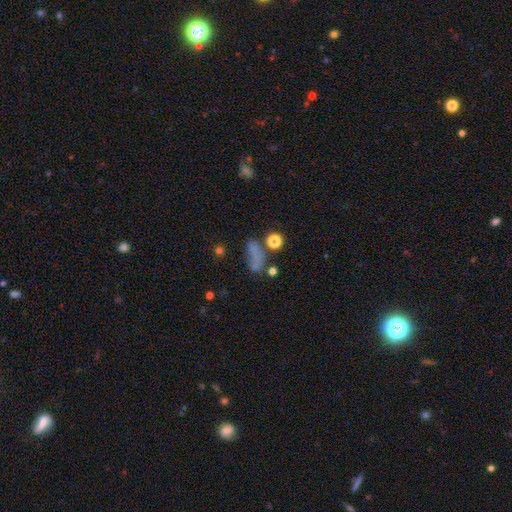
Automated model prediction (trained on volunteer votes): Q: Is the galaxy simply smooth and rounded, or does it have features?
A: smooth — 57%.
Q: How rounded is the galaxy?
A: in between — 58%.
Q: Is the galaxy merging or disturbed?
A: none — 41%.